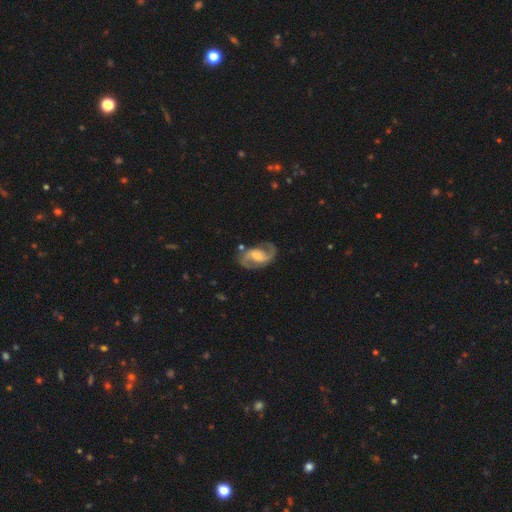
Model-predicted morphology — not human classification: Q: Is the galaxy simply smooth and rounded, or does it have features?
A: featured or disk — 89%.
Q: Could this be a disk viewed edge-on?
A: no — 98%.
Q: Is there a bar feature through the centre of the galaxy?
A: weak — 50%.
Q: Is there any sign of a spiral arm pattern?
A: yes — 97%.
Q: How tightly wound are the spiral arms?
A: medium — 60%.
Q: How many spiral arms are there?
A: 2 — 93%.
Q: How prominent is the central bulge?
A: moderate — 41%.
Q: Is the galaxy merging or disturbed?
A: none — 80%.